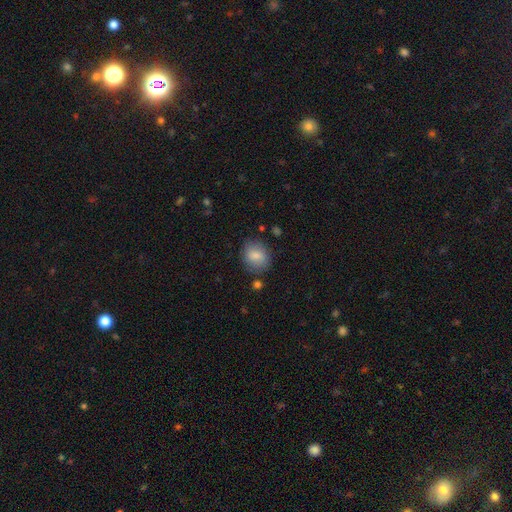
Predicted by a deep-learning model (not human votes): smooth 82%, featured or disk 10%, star or artifact 8%. Down the decision tree: how rounded — round (61%); merging — none (80%).